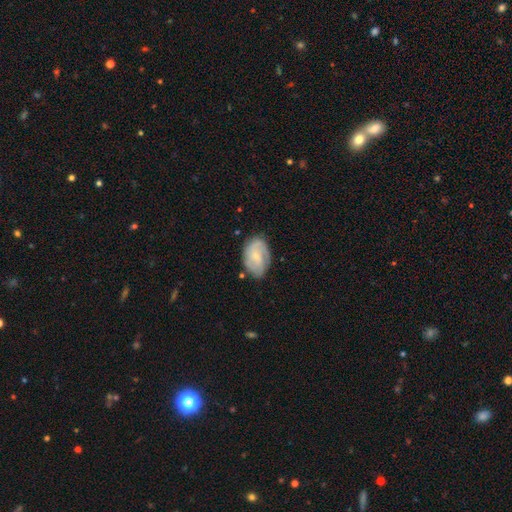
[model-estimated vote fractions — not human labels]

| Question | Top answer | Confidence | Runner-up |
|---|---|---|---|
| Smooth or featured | featured or disk | 62% | smooth (31%) |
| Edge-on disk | no | 97% | yes (3%) |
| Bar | no | 62% | weak (33%) |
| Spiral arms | yes | 87% | no (13%) |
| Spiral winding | tight | 47% | medium (37%) |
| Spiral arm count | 2 | 38% | can't tell (31%) |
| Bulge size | small | 69% | moderate (25%) |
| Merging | none | 69% | minor disturbance (22%) |